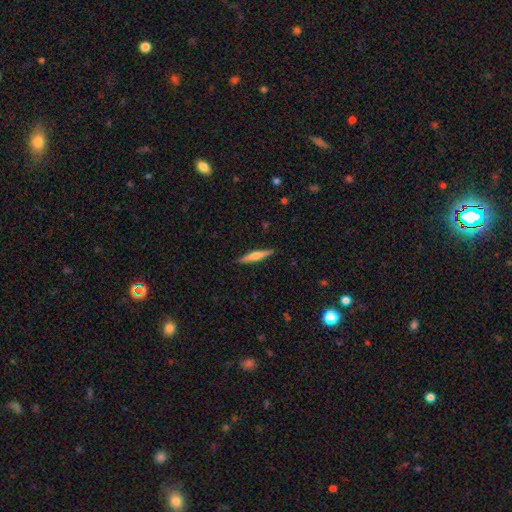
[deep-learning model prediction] Overall: smooth (52%; featured or disk 42%). How rounded: cigar-shaped (90%). Merging: none (90%).